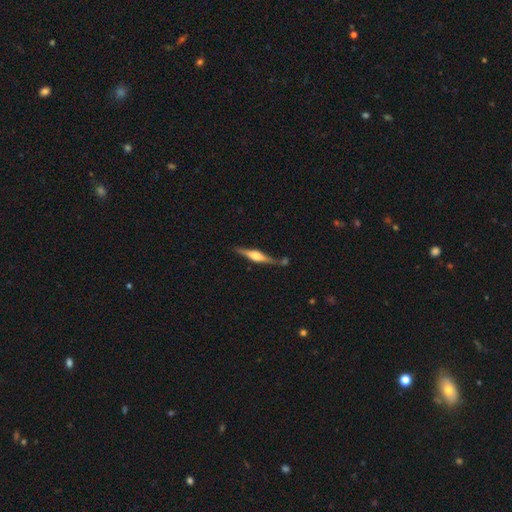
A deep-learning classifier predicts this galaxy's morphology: Smooth or featured: featured or disk — 74% (smooth — 20%)
Edge-on disk: yes — 97% (no — 3%)
Edge-on bulge: rounded — 86% (boxy — 11%)
Merging: none — 76% (minor disturbance — 14%)